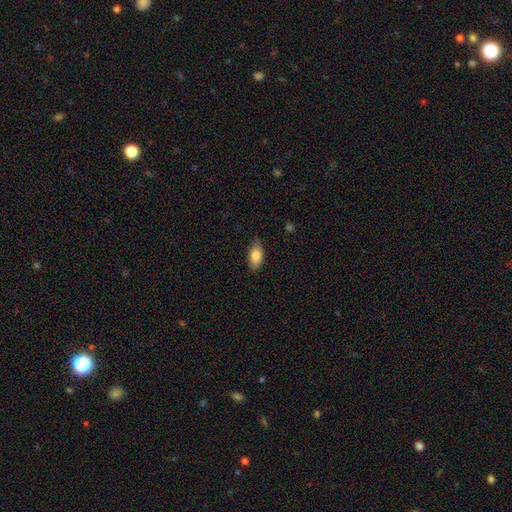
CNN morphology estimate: type=smooth (84%); roundness=in between (91%); merging=none (79%).